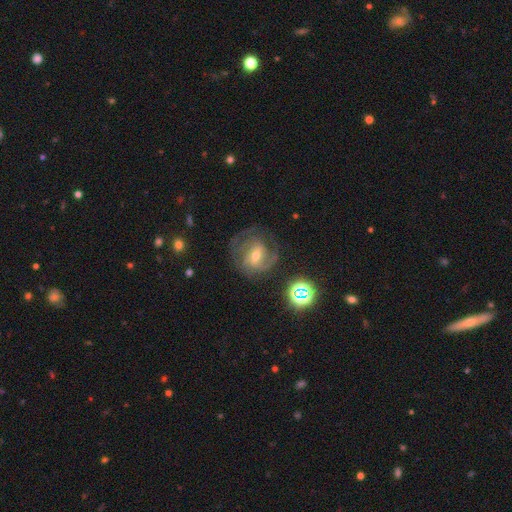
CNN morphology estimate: Overall: featured or disk (80%). Edge-on disk: no (97%). Bar: weak (50%; no 25%). Spiral arms: yes (93%). Spiral arm count: 2 (38%; can't tell 27%). Spiral winding: tight (46%; medium 42%). Bulge size: moderate (54%; small 41%). Merging: none (64%).